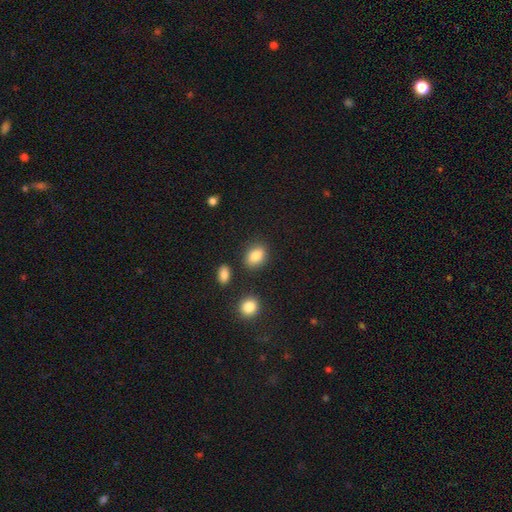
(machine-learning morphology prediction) smooth-or-featured: smooth: 84% | star or artifact: 9% | featured or disk: 7%
  how-rounded: in between: 66% | round: 32% | cigar-shaped: 1%
  merging: none: 82% | minor disturbance: 11% | merger: 4% | major disturbance: 3%